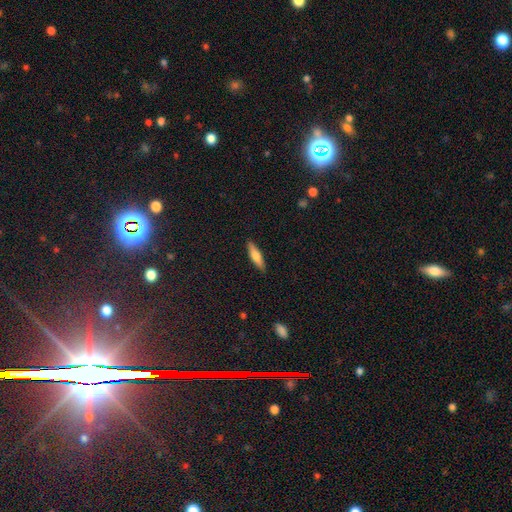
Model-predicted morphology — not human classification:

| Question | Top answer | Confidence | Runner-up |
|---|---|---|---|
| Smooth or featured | smooth | 68% | featured or disk (26%) |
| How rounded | cigar-shaped | 72% | in between (26%) |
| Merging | none | 88% | minor disturbance (9%) |